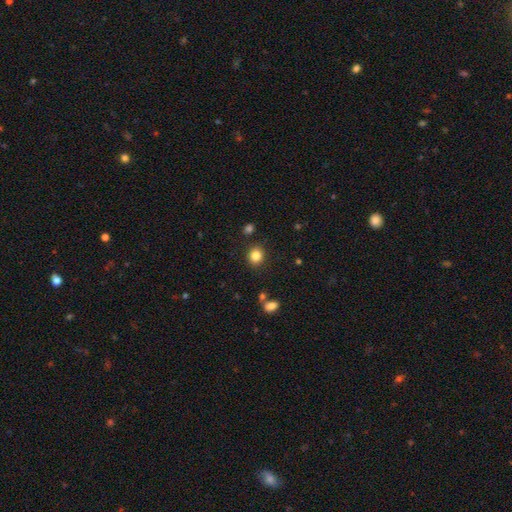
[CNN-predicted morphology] The model was most divided on "how rounded": round: 79%, in between: 20%, cigar-shaped: 1%. More confident: merging — none (88%); smooth or featured — smooth (84%).